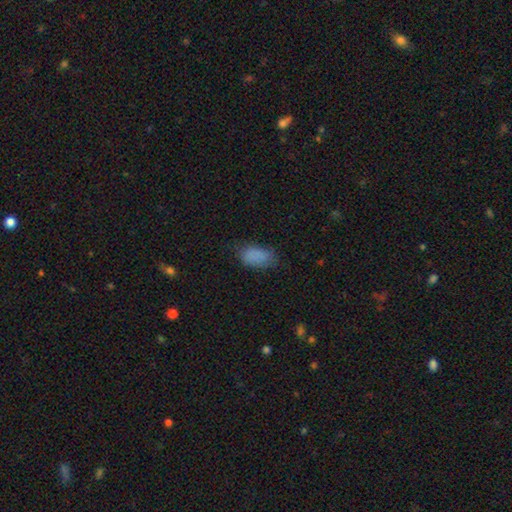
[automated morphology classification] smooth_or_featured: smooth (p=0.84) [alt: star or artifact p=0.10]
how_rounded: in between (p=0.93) [alt: round p=0.05]
merging: none (p=0.67) [alt: minor disturbance p=0.24]